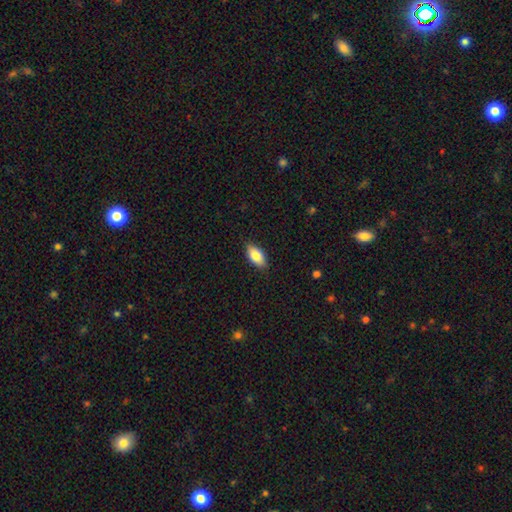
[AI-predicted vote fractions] Morphology: type=smooth (82%); roundness=in between (90%); merging=none (87%).